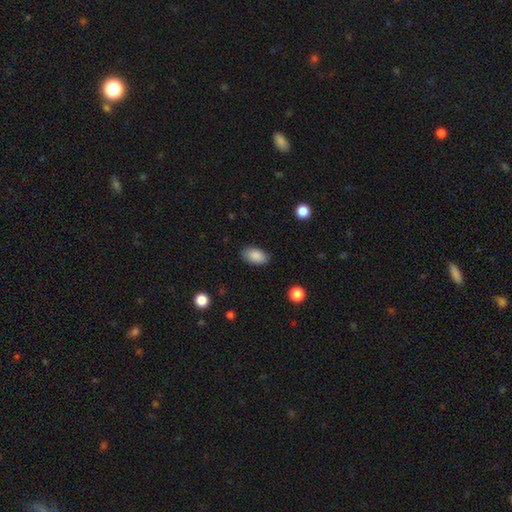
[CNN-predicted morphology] A smooth galaxy with no disk features (88%) that is in between round and cigar-shaped (93%). Merging: none (84%).